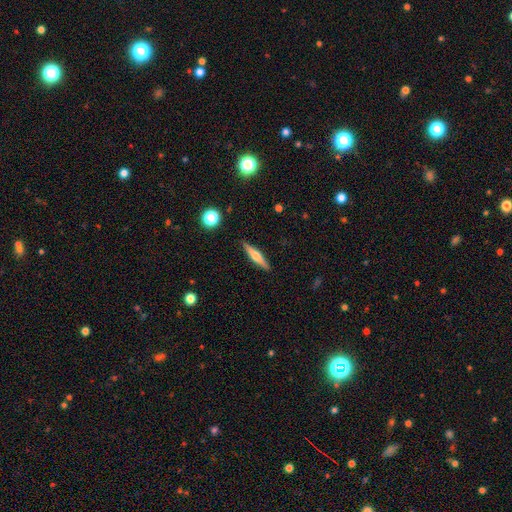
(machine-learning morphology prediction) smooth_or_featured: featured or disk (p=0.49) [alt: smooth p=0.44]
merging: none (p=0.90) [alt: minor disturbance p=0.07]